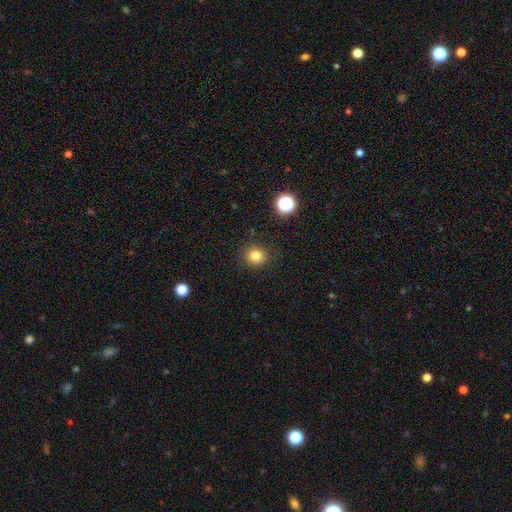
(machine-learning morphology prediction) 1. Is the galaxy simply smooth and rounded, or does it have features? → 81% smooth, 14% star or artifact, 6% featured or disk.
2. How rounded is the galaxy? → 86% round, 13% in between, 1% cigar-shaped.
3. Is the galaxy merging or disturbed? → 89% none, 7% minor disturbance, 2% major disturbance, 1% merger.